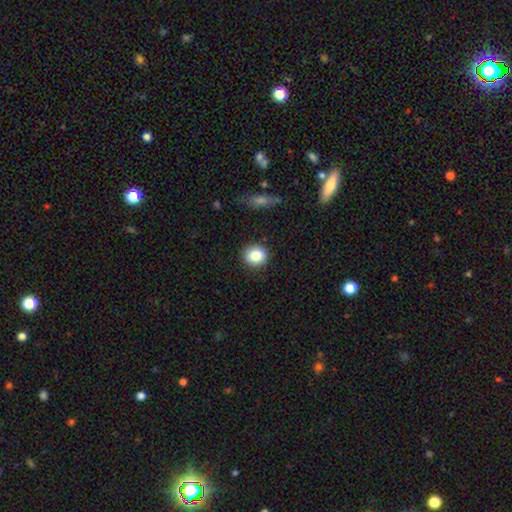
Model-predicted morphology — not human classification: Smooth or featured?
  - smooth: 84% *
  - star or artifact: 9%
  - featured or disk: 7%
How rounded?
  - round: 78% *
  - in between: 21%
  - cigar-shaped: 1%
Merging?
  - none: 88% *
  - minor disturbance: 8%
  - major disturbance: 2%
  - merger: 2%